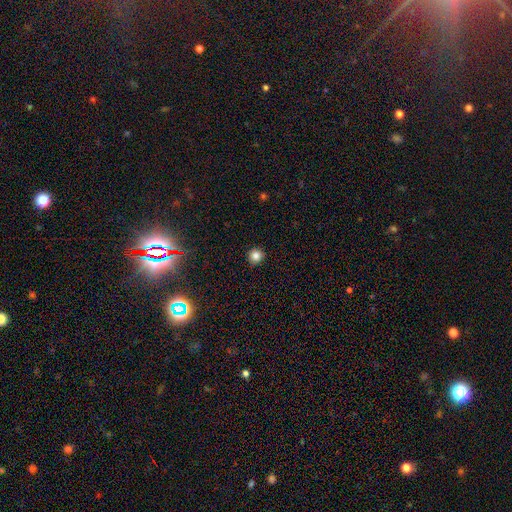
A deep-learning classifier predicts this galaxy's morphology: A smooth galaxy with no disk features (82%) that is round (93%).

Vote fractions:
- Smooth or featured? smooth: 82% / star or artifact: 13% / featured or disk: 5%
- How rounded? round: 93% / in between: 6% / cigar-shaped: 1%
- Merging? none: 92% / minor disturbance: 6% / major disturbance: 2% / merger: 1%